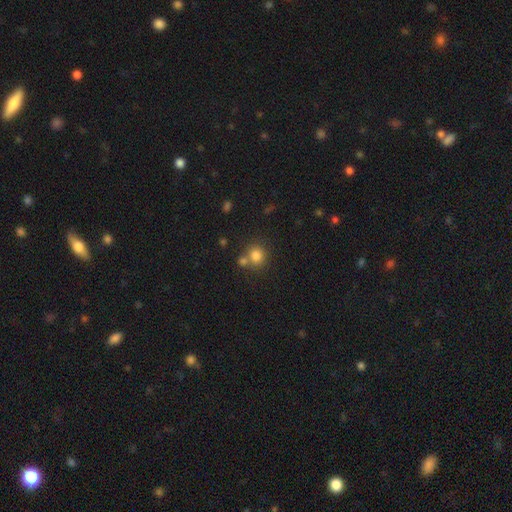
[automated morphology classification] smooth 81%, star or artifact 12%, featured or disk 7%. Down the decision tree: how rounded — round (83%); merging — none (59%).